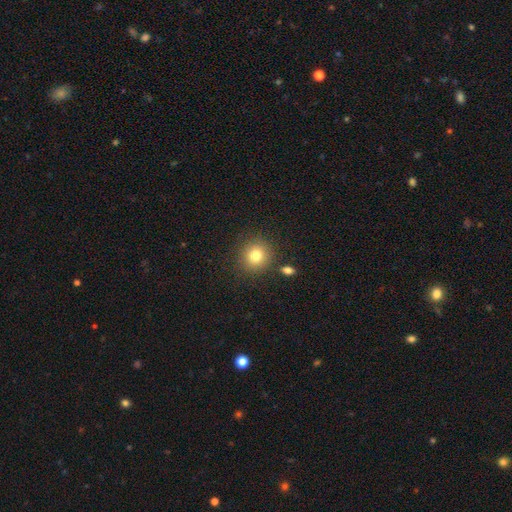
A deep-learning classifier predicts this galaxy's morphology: type=smooth (80%); roundness=round (88%); merging=none (85%).